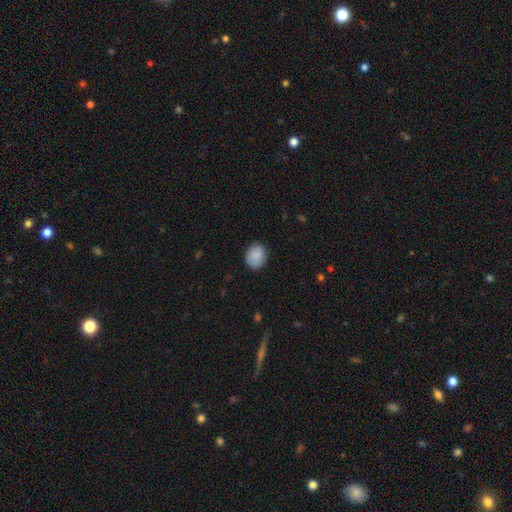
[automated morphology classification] This appears to be a smooth galaxy with no disk features (83%) that is round (50%, tied with in between). Merging: none (83%).